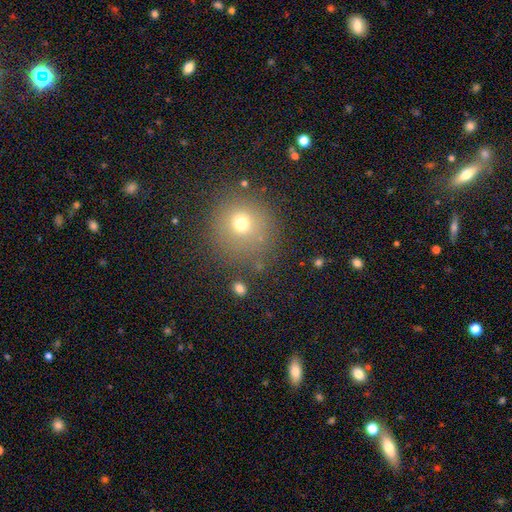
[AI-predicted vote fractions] Q: Smooth or featured?
A: smooth (65%); runner-up: star or artifact (25%)
Q: How rounded?
A: round (93%); runner-up: in between (6%)
Q: Merging?
A: none (82%); runner-up: minor disturbance (10%)